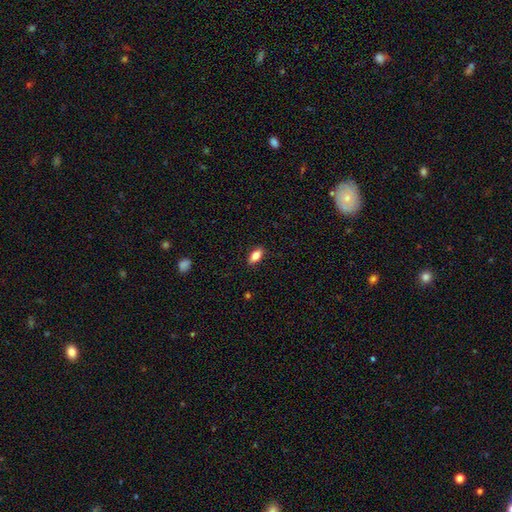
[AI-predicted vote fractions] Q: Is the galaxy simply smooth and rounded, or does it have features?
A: smooth — 81%.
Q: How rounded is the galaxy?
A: in between — 86%.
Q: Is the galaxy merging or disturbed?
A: none — 88%.